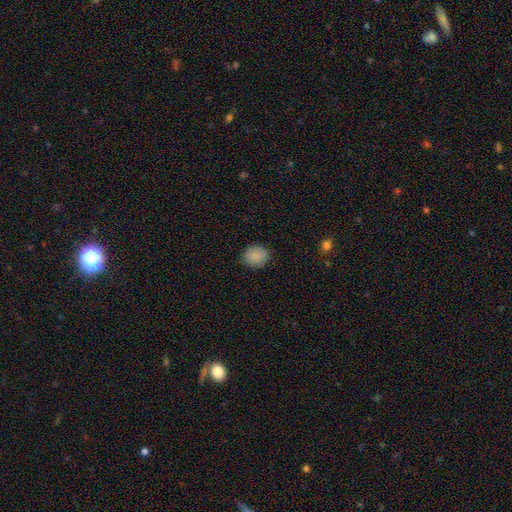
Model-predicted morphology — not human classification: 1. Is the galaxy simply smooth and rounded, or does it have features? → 87% smooth, 9% star or artifact, 4% featured or disk.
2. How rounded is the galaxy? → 67% round, 32% in between, 1% cigar-shaped.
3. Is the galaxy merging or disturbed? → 85% none, 11% minor disturbance, 3% major disturbance, 1% merger.